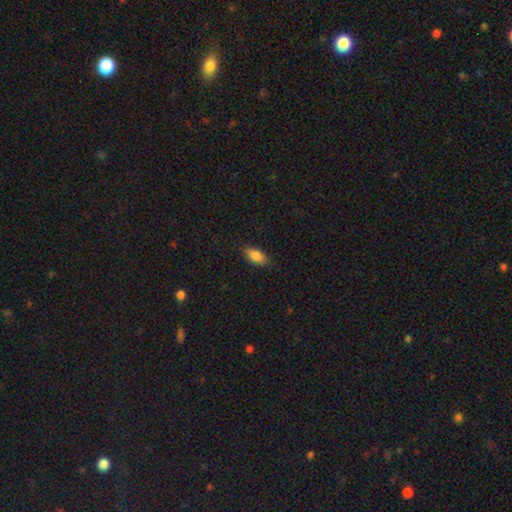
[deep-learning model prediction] Overall: smooth (85%). How rounded: in between (89%). Merging: none (84%).